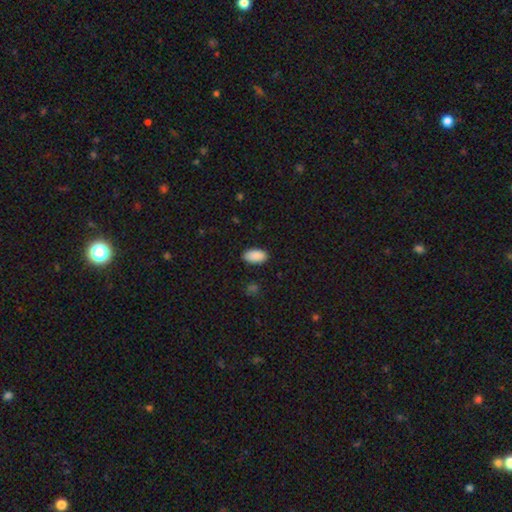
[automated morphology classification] Smooth or featured?
  - smooth: 90% *
  - star or artifact: 7%
  - featured or disk: 3%
How rounded?
  - in between: 95% *
  - round: 3%
  - cigar-shaped: 2%
Merging?
  - none: 87% *
  - minor disturbance: 9%
  - major disturbance: 2%
  - merger: 1%